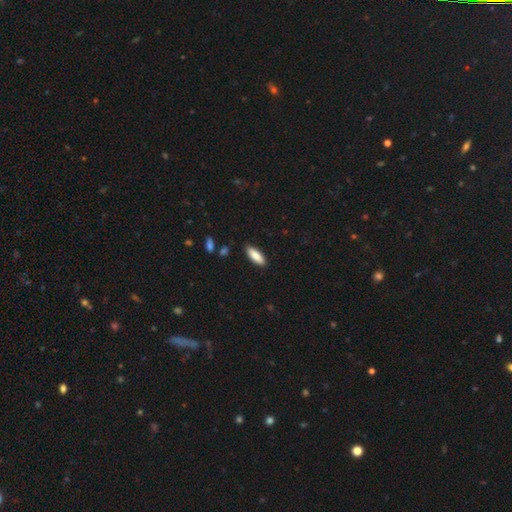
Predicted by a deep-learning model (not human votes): smooth-or-featured: smooth: 85% | featured or disk: 9% | star or artifact: 6%
  how-rounded: in between: 65% | cigar-shaped: 33% | round: 2%
  merging: none: 88% | minor disturbance: 9% | major disturbance: 2% | merger: 1%